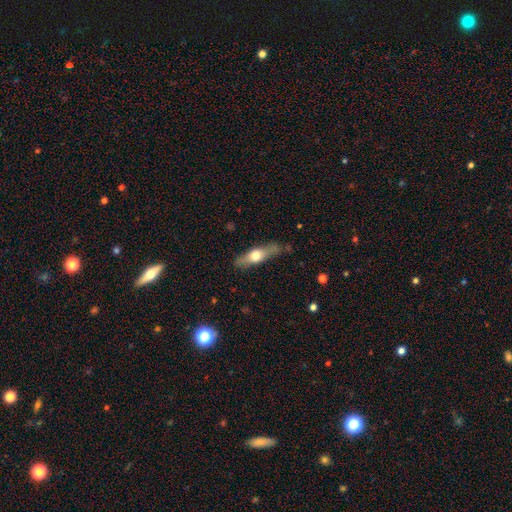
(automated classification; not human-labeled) Smooth or featured? smooth (50%)
How rounded? cigar-shaped (64%)
Merging? none (76%)